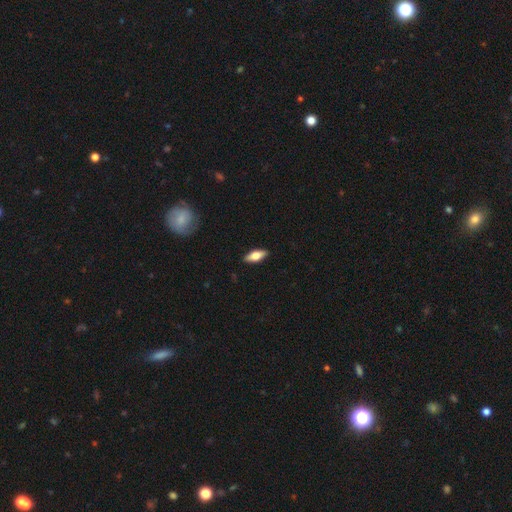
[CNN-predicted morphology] Smooth or featured: smooth — 65% (featured or disk — 29%)
How rounded: in between — 74% (cigar-shaped — 23%)
Merging: none — 90% (minor disturbance — 7%)